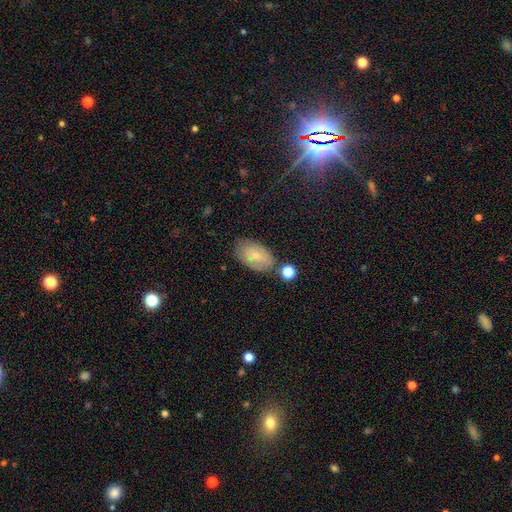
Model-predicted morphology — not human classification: This is likely a smooth galaxy (69%). How rounded: clearly in between (93%). Merging: likely none (71%).